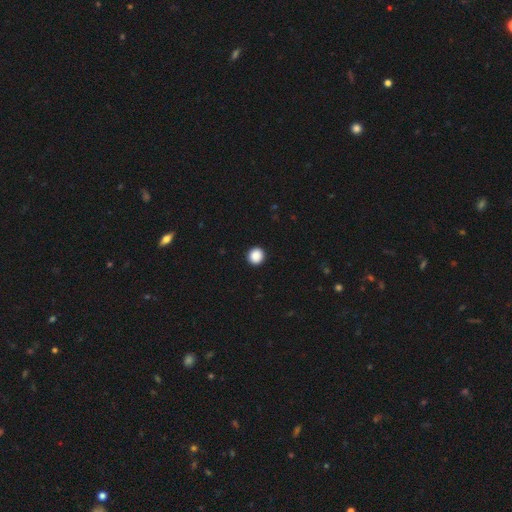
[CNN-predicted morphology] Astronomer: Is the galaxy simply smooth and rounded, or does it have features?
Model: smooth — 89%.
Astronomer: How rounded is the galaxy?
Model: round — 90%.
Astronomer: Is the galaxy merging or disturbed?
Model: none — 93%.